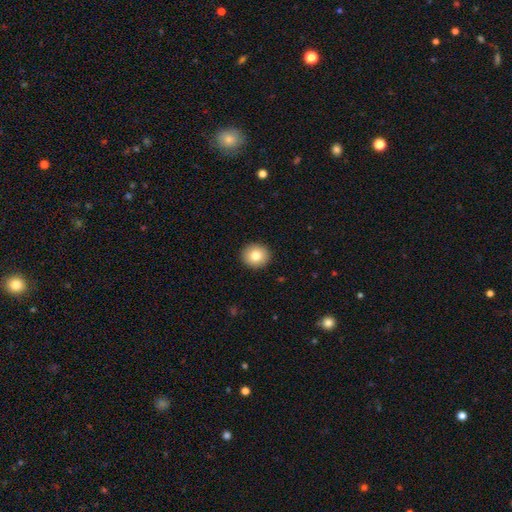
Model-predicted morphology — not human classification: smooth_or_featured: smooth (p=0.80) [alt: featured or disk p=0.11]
how_rounded: round (p=0.87) [alt: in between p=0.12]
merging: none (p=0.93) [alt: minor disturbance p=0.05]